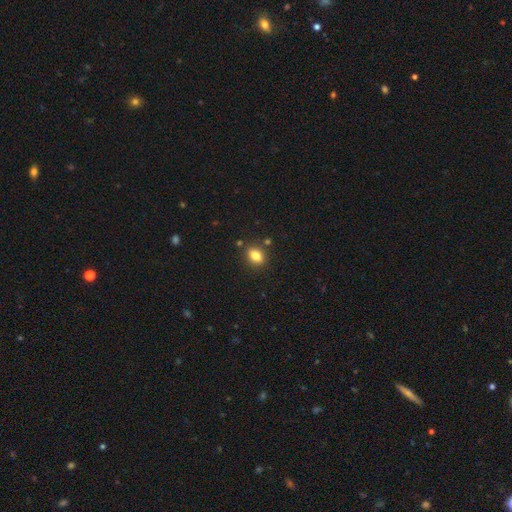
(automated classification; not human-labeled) Q: Smooth or featured?
A: smooth (83%); runner-up: star or artifact (10%)
Q: How rounded?
A: in between (67%); runner-up: round (32%)
Q: Merging?
A: none (84%); runner-up: minor disturbance (9%)